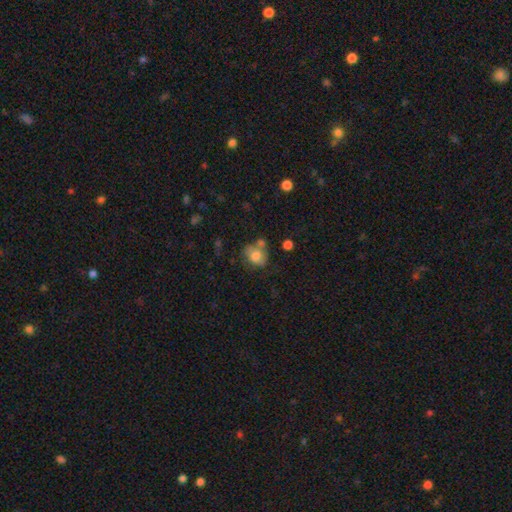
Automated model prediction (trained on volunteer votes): This is likely a smooth galaxy (71%). How rounded: possibly in between (52%). Merging: marginally none (43%).